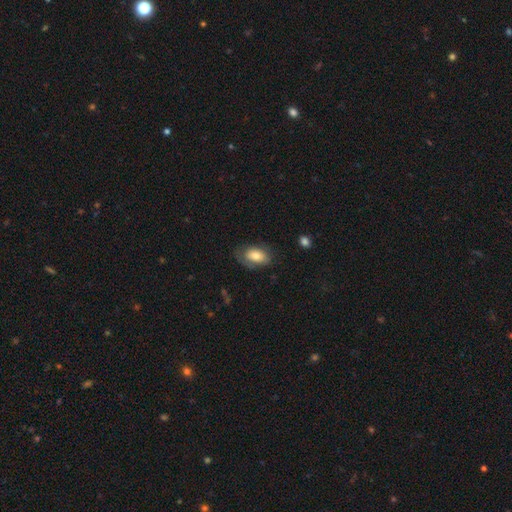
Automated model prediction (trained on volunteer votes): The model was most divided on "merging": none: 65%, minor disturbance: 23%, major disturbance: 10%, merger: 1%. More confident: how rounded — in between (91%); smooth or featured — smooth (73%).